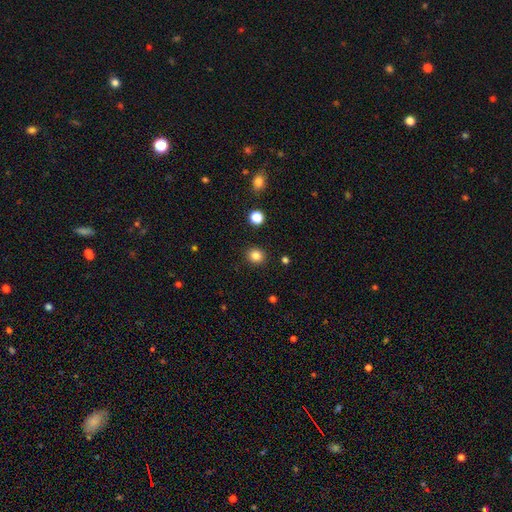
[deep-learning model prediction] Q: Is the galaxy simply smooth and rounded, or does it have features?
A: smooth — 84%.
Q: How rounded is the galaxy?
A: round — 84%.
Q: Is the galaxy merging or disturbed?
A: none — 91%.